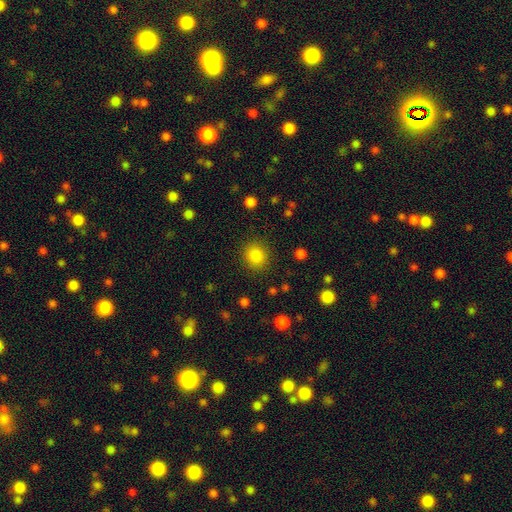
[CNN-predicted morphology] A smooth galaxy with no disk features (84%) that is round (86%). Merging: none (88%).